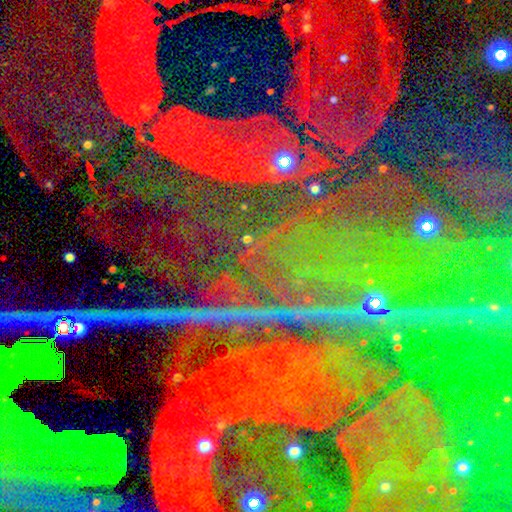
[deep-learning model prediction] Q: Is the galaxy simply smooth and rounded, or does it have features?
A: star or artifact — 88%.